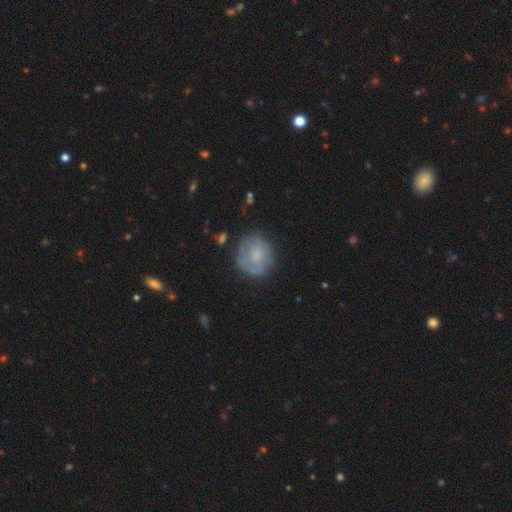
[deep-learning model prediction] The model was most divided on "smooth or featured": smooth: 60%, featured or disk: 32%, star or artifact: 8%. More confident: how rounded — round (79%); merging — none (66%).